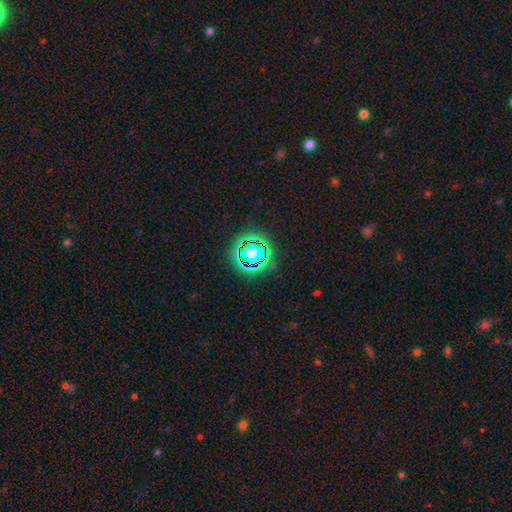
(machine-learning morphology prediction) This is likely a star or artifact rather than a galaxy (76%).